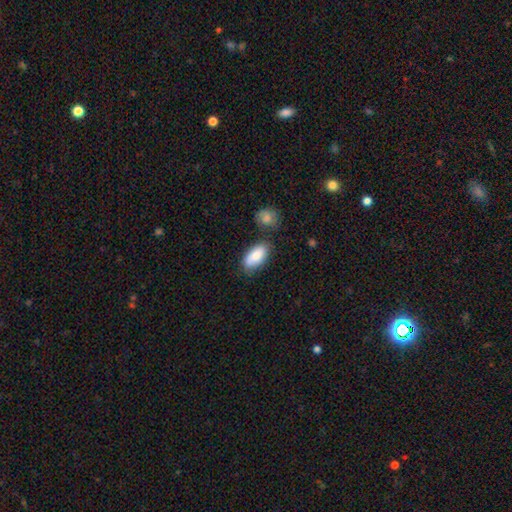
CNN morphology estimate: A smooth galaxy with no disk features (82%) that is in between round and cigar-shaped (91%).

Vote fractions:
- Smooth or featured? smooth: 82% / featured or disk: 12% / star or artifact: 6%
- How rounded? in between: 91% / cigar-shaped: 6% / round: 3%
- Merging? none: 68% / minor disturbance: 18% / merger: 9% / major disturbance: 4%